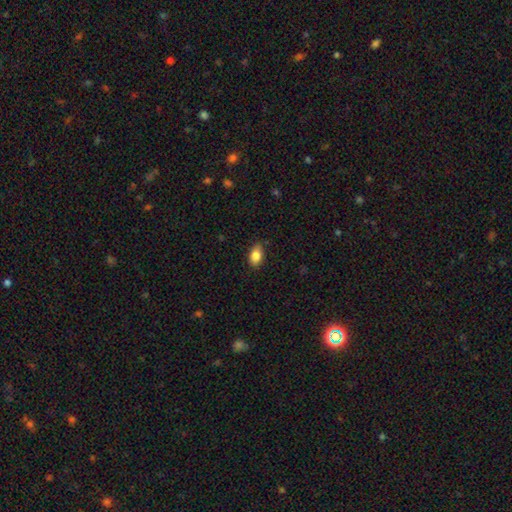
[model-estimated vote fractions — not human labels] Q: Smooth or featured?
A: smooth (85%); runner-up: star or artifact (8%)
Q: How rounded?
A: in between (87%); runner-up: round (10%)
Q: Merging?
A: none (81%); runner-up: minor disturbance (15%)